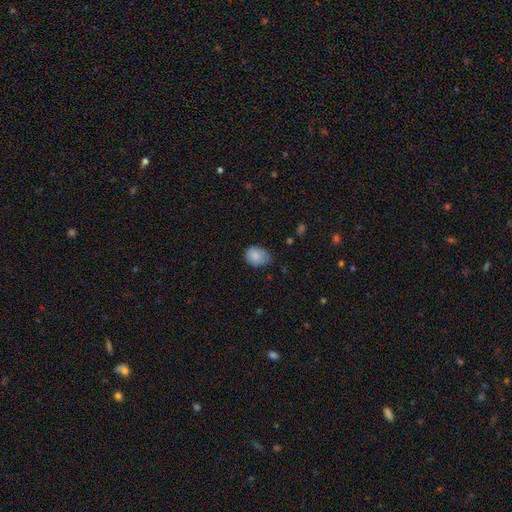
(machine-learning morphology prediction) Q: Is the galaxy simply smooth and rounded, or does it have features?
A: smooth — 86%.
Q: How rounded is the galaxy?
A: round — 52%.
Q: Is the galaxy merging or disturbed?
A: none — 65%.